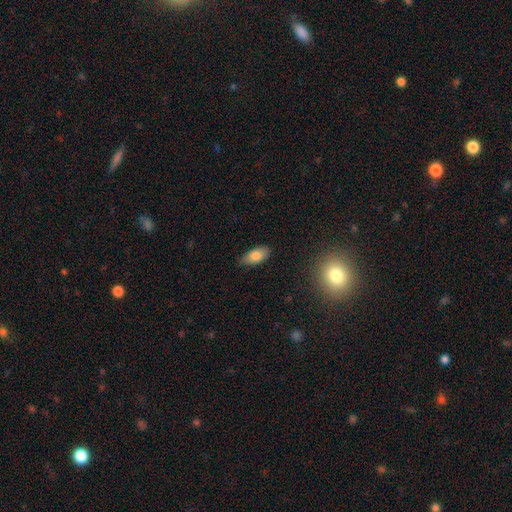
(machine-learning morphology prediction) Smooth or featured?
  - smooth: 82% *
  - featured or disk: 10%
  - star or artifact: 8%
How rounded?
  - in between: 90% *
  - cigar-shaped: 7%
  - round: 3%
Merging?
  - none: 77% *
  - minor disturbance: 19%
  - major disturbance: 3%
  - merger: 1%